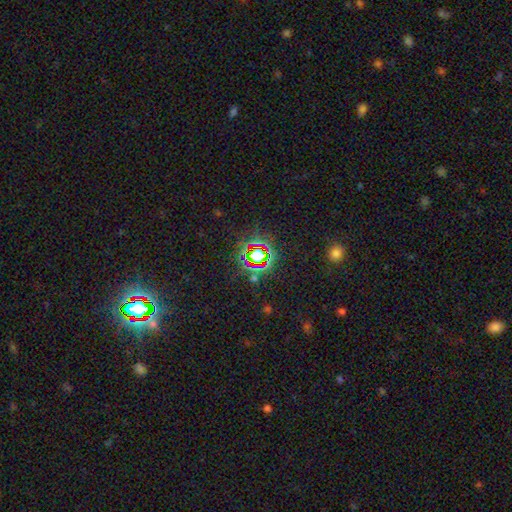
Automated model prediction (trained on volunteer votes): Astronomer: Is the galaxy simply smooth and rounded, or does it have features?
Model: star or artifact — 73%.